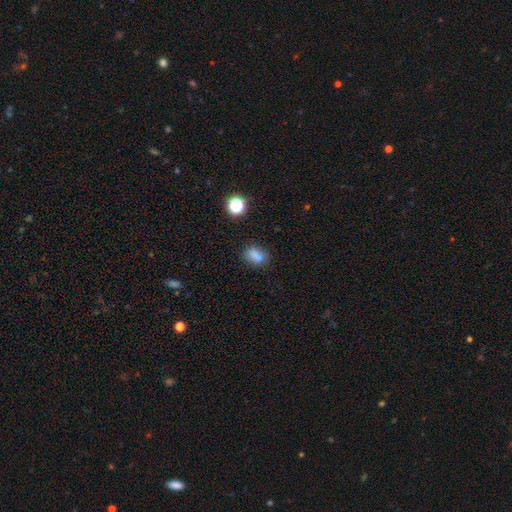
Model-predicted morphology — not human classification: This is likely a smooth galaxy (78%). How rounded: likely in between (70%). Merging: likely none (66%).